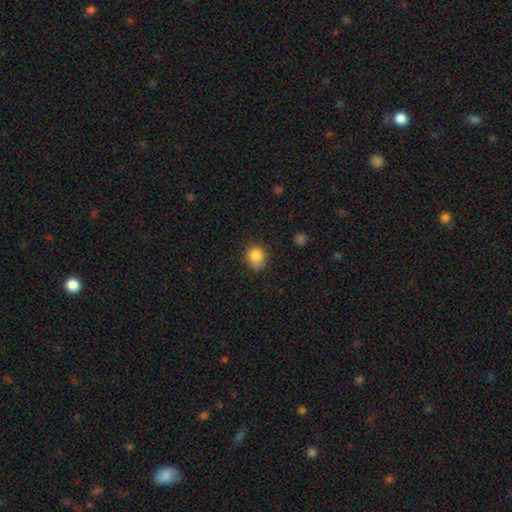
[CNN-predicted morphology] Q: Smooth or featured?
A: smooth (84%); runner-up: star or artifact (10%)
Q: How rounded?
A: round (69%); runner-up: in between (30%)
Q: Merging?
A: none (65%); runner-up: minor disturbance (26%)